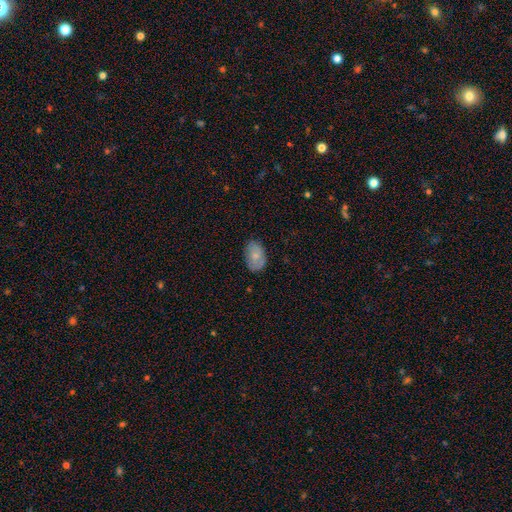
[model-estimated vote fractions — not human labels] Overall: smooth (72%). How rounded: in between (88%). Merging: none (78%).